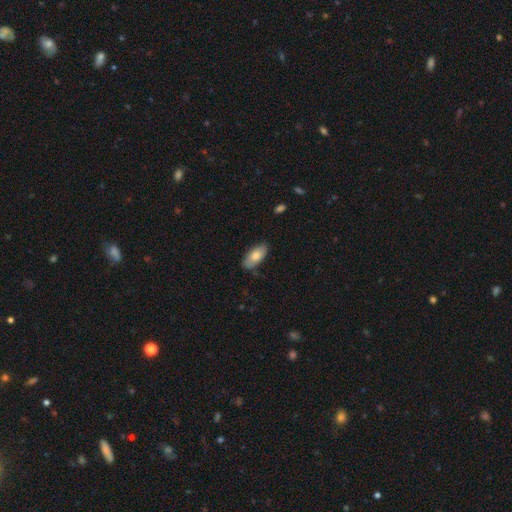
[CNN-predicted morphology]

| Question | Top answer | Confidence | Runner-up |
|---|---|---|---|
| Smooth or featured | smooth | 77% | featured or disk (17%) |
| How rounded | in between | 90% | cigar-shaped (8%) |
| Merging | none | 79% | minor disturbance (17%) |